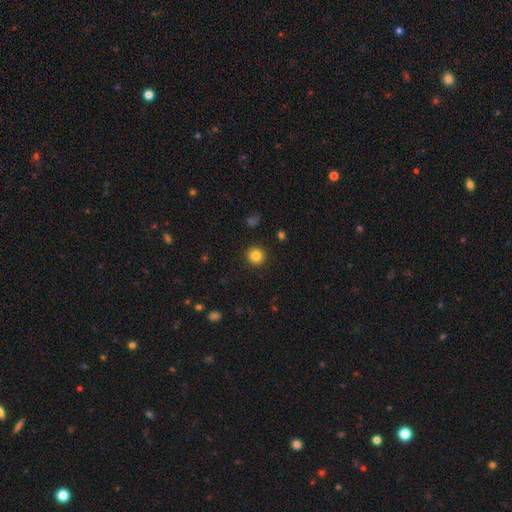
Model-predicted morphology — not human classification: smooth_or_featured: smooth (p=0.84) [alt: star or artifact p=0.11]
how_rounded: round (p=0.95) [alt: in between p=0.04]
merging: none (p=0.92) [alt: minor disturbance p=0.05]